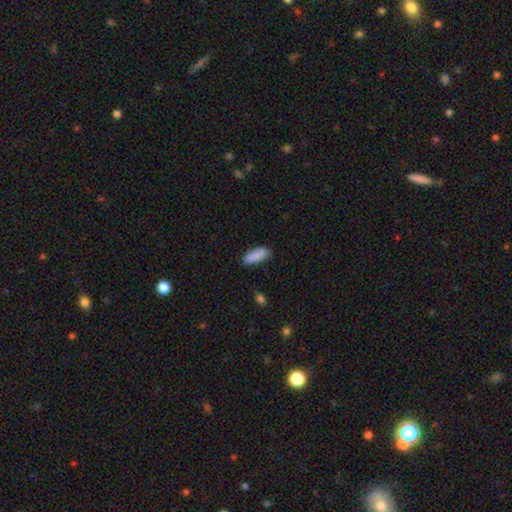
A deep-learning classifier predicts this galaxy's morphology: Smooth or featured?
  - smooth: 88% *
  - star or artifact: 7%
  - featured or disk: 6%
How rounded?
  - in between: 75% *
  - cigar-shaped: 23%
  - round: 2%
Merging?
  - none: 77% *
  - minor disturbance: 18%
  - major disturbance: 3%
  - merger: 2%